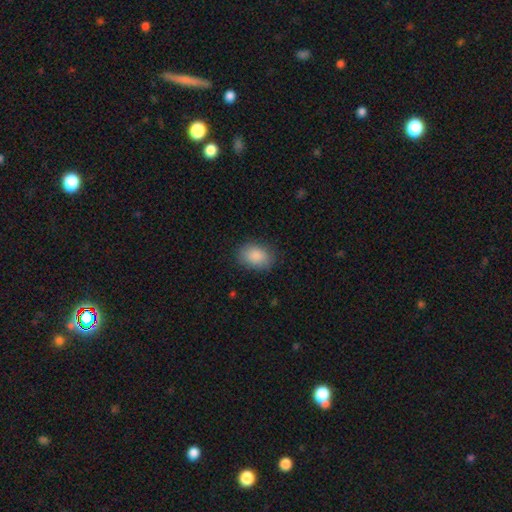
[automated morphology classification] This is clearly a smooth galaxy (88%). How rounded: likely in between (77%). Merging: clearly none (83%).